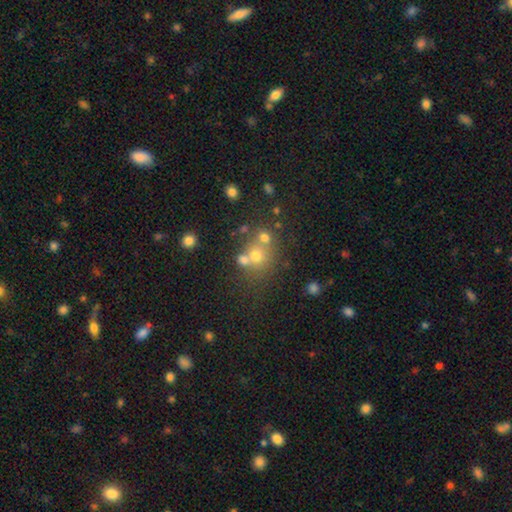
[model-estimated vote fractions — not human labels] Q: Smooth or featured?
A: smooth (62%); runner-up: star or artifact (22%)
Q: How rounded?
A: round (81%); runner-up: in between (18%)
Q: Merging?
A: none (51%); runner-up: merger (35%)